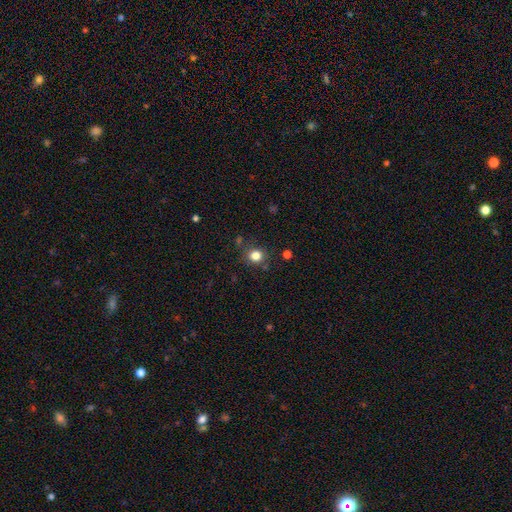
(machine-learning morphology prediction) type=smooth (81%); roundness=round (85%); merging=none (82%).